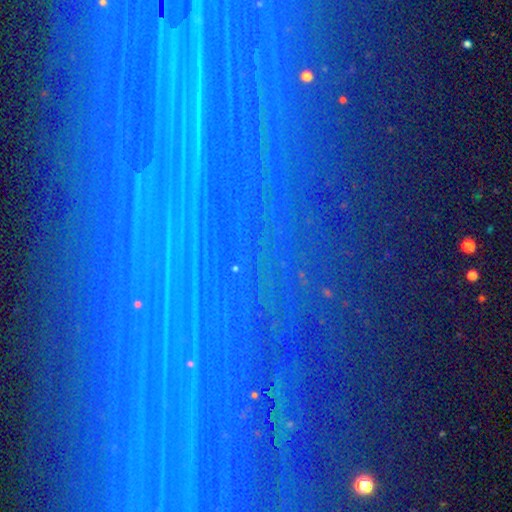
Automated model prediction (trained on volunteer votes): smooth_or_featured: star or artifact (p=0.86) [alt: featured or disk p=0.08]